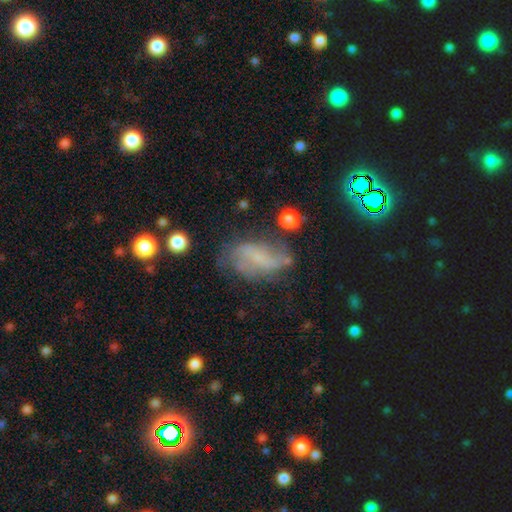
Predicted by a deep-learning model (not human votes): This appears to be a featured or disk galaxy (53%). Merging: none (48%).